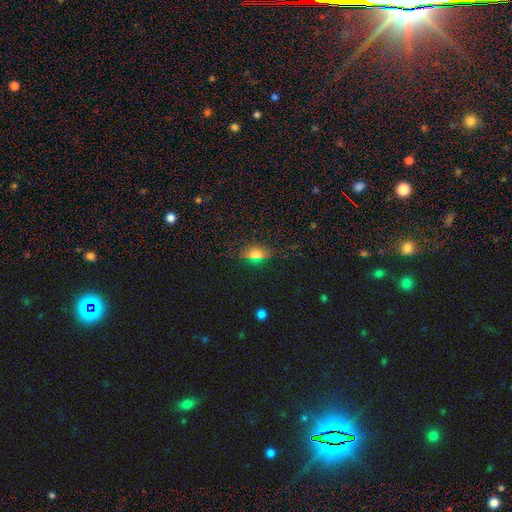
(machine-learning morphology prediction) A smooth galaxy with no disk features (69%) that is in between round and cigar-shaped (77%).

Vote fractions:
- Smooth or featured? smooth: 69% / star or artifact: 20% / featured or disk: 11%
- How rounded? in between: 77% / round: 17% / cigar-shaped: 6%
- Merging? none: 83% / minor disturbance: 12% / major disturbance: 3% / merger: 2%